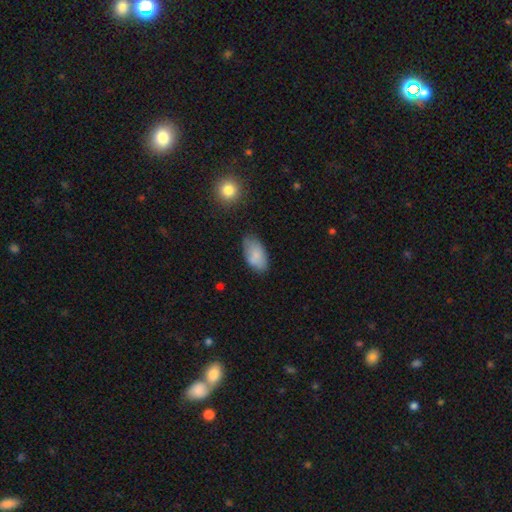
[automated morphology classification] smooth_or_featured: smooth (p=0.82) [alt: featured or disk p=0.10]
how_rounded: in between (p=0.94) [alt: round p=0.03]
merging: none (p=0.69) [alt: minor disturbance p=0.23]